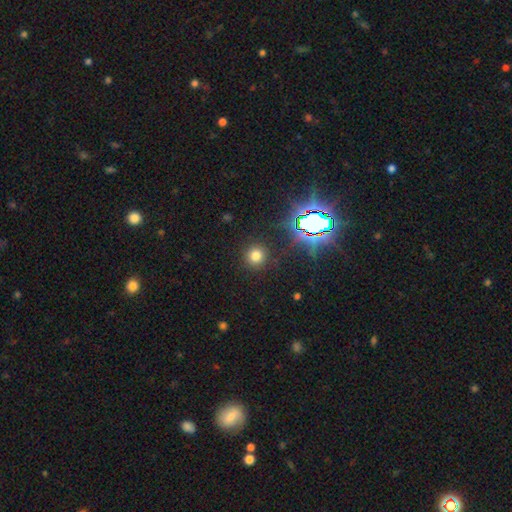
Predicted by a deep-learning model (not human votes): The model was most divided on "smooth or featured": smooth: 72%, star or artifact: 22%, featured or disk: 7%. More confident: how rounded — round (93%); merging — none (89%).